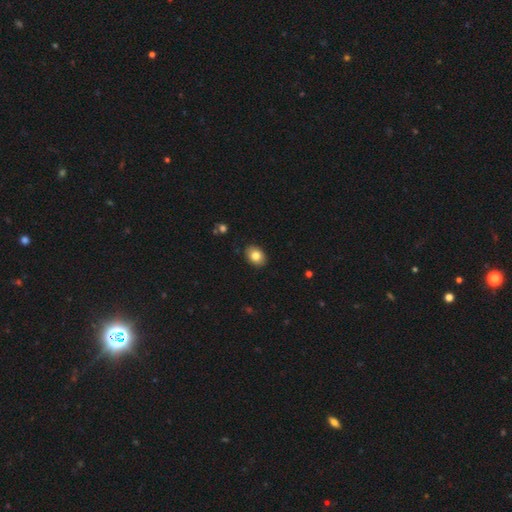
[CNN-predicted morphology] Smooth or featured? Predicted: smooth (p=0.83). How rounded? Predicted: in between (p=0.73). Merging? Predicted: none (p=0.89).